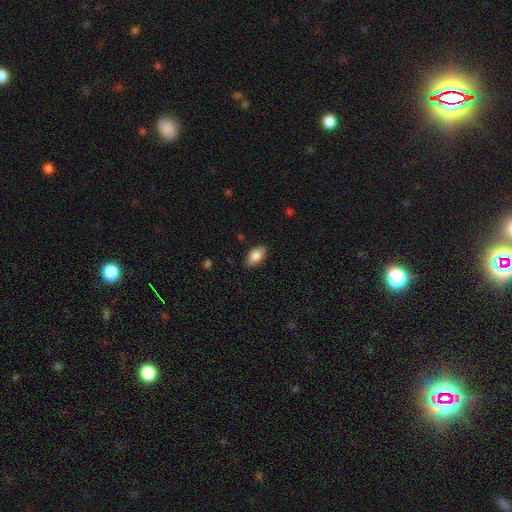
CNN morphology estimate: This is clearly a smooth galaxy (84%). How rounded: clearly in between (93%). Merging: clearly none (87%).